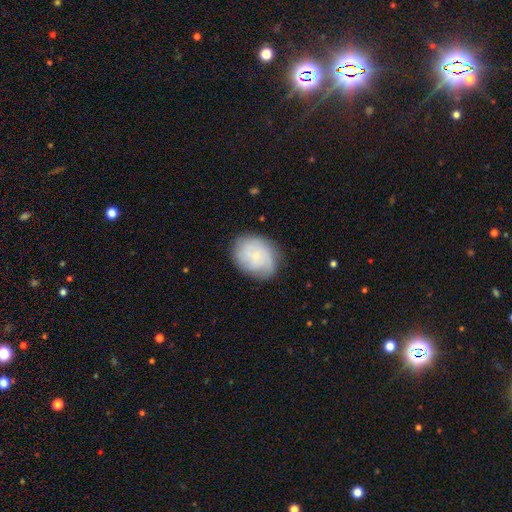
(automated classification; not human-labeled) Q: Smooth or featured?
A: featured or disk (52%); runner-up: smooth (40%)
Q: Edge-on disk?
A: no (97%); runner-up: yes (3%)
Q: Bar?
A: no (80%); runner-up: weak (18%)
Q: Spiral arms?
A: yes (83%); runner-up: no (17%)
Q: Bulge size?
A: small (80%); runner-up: moderate (14%)
Q: Merging?
A: none (75%); runner-up: minor disturbance (18%)